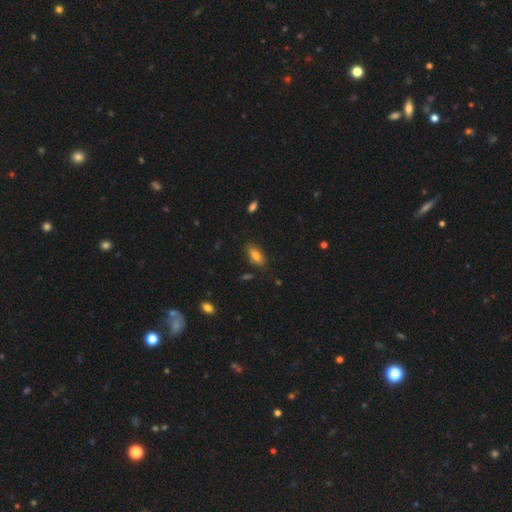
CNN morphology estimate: Q: Smooth or featured?
A: smooth (78%); runner-up: featured or disk (13%)
Q: How rounded?
A: in between (86%); runner-up: cigar-shaped (9%)
Q: Merging?
A: none (82%); runner-up: minor disturbance (13%)